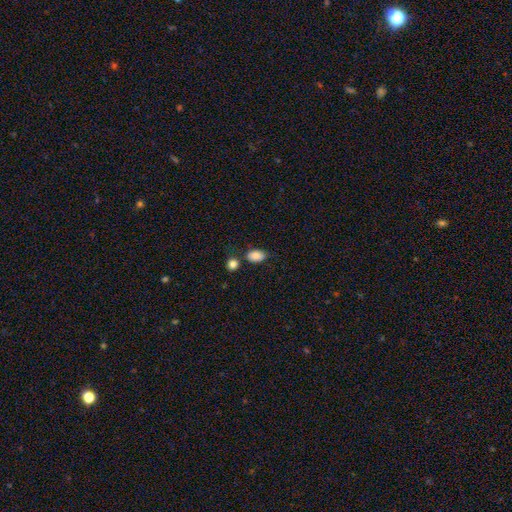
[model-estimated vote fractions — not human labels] Morphology: type=smooth (86%); roundness=in between (85%); merging=none (67%).